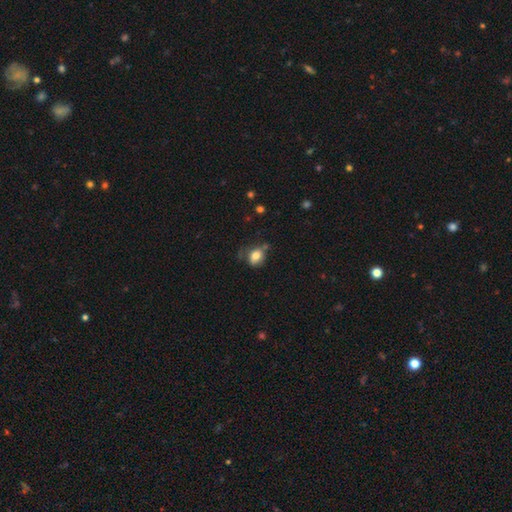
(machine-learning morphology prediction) smooth-or-featured: smooth: 78% | featured or disk: 13% | star or artifact: 10%
  how-rounded: in between: 55% | round: 43% | cigar-shaped: 1%
  merging: none: 49% | minor disturbance: 30% | major disturbance: 12% | merger: 8%